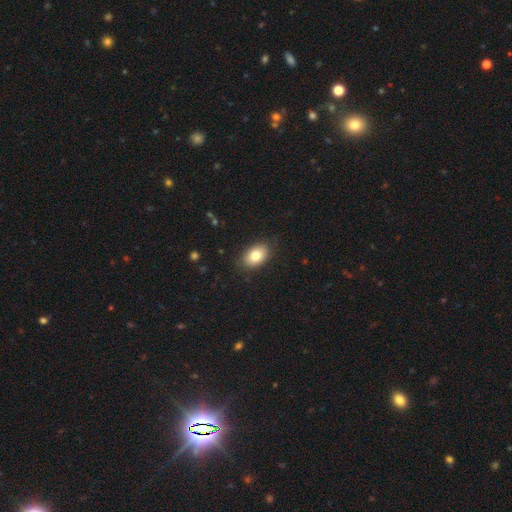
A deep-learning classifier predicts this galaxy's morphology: smooth 81%, featured or disk 11%, star or artifact 8%. Down the decision tree: how rounded — in between (86%); merging — none (84%).